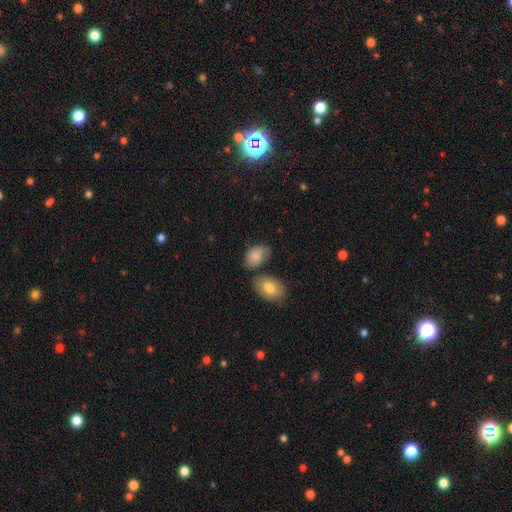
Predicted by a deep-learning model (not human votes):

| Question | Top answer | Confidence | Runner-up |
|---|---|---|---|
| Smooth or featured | smooth | 79% | featured or disk (13%) |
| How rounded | in between | 84% | round (15%) |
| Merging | none | 46% | minor disturbance (30%) |